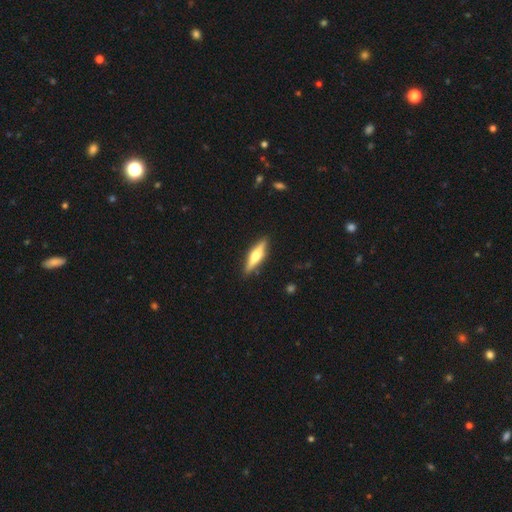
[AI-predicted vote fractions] featured or disk 57%, smooth 38%, star or artifact 5%. Down the decision tree: edge-on disk — yes (95%); edge-on bulge — rounded (92%); merging — none (89%).